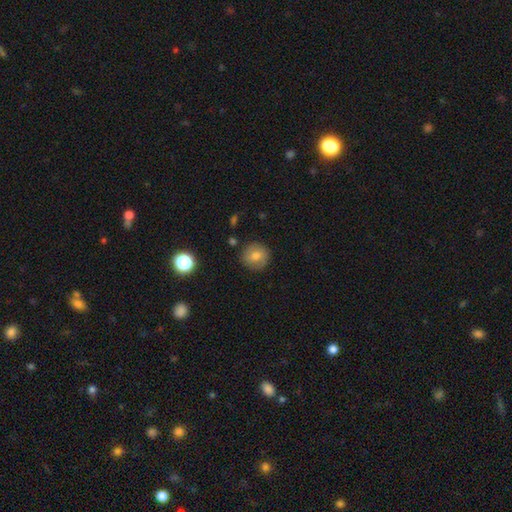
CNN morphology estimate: Smooth or featured? smooth (72%)
How rounded? round (90%)
Merging? none (85%)